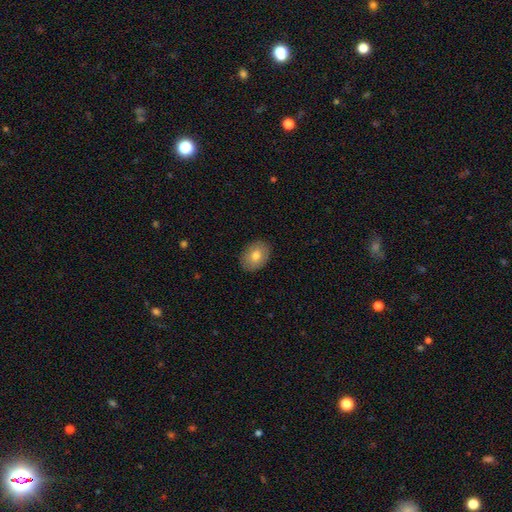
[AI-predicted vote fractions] The model was most divided on "how rounded": in between: 67%, round: 32%, cigar-shaped: 1%. More confident: merging — none (89%); smooth or featured — smooth (77%).